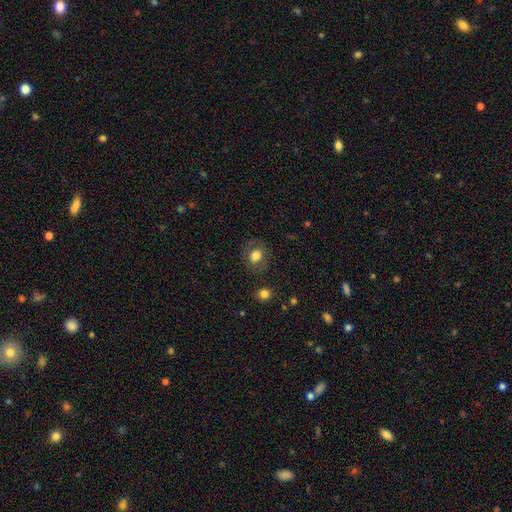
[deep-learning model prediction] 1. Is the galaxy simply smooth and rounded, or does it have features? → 74% smooth, 16% featured or disk, 10% star or artifact.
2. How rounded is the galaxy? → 71% round, 29% in between, 1% cigar-shaped.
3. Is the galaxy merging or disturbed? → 82% none, 11% minor disturbance, 5% major disturbance, 2% merger.